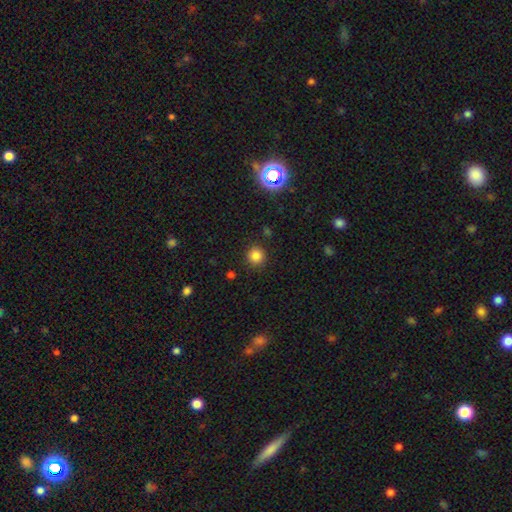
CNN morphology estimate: smooth-or-featured: smooth: 83% | star or artifact: 13% | featured or disk: 4%
  how-rounded: round: 92% | in between: 7% | cigar-shaped: 1%
  merging: none: 90% | minor disturbance: 6% | major disturbance: 2% | merger: 1%